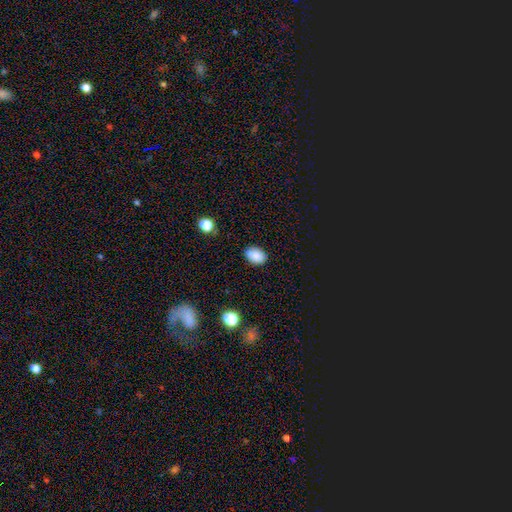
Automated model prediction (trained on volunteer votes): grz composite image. It shows a smooth galaxy with no disk features (87%) that is in between round and cigar-shaped (80%). Merging: none (85%).